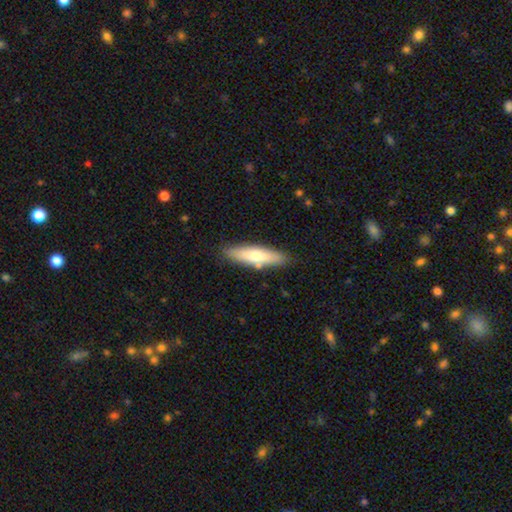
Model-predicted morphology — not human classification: Smooth or featured? smooth (66%)
How rounded? cigar-shaped (67%)
Merging? none (83%)